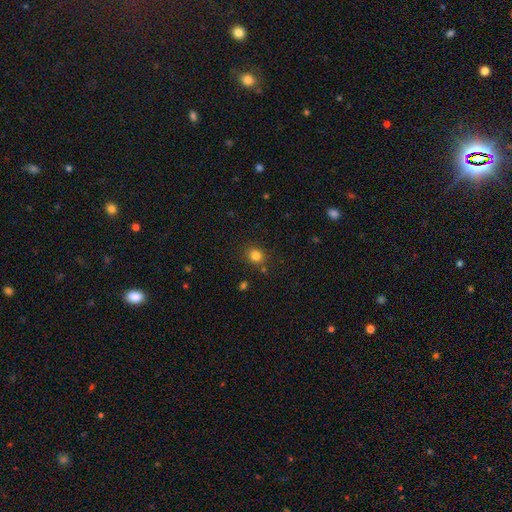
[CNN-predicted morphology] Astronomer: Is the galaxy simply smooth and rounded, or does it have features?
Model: smooth — 82%.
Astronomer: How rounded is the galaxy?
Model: round — 78%.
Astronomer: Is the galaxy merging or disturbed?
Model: none — 83%.